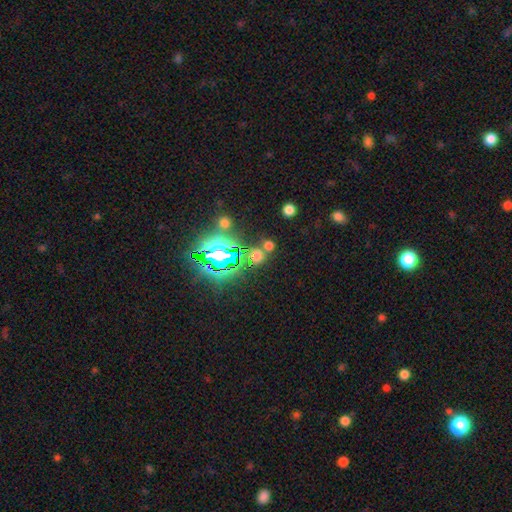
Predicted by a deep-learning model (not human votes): Morphology: type=star or artifact (47%).